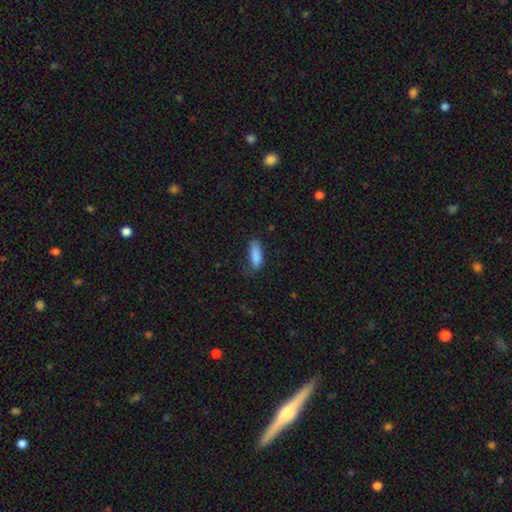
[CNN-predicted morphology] Smooth or featured?
  - smooth: 86% *
  - star or artifact: 7%
  - featured or disk: 7%
How rounded?
  - in between: 72% *
  - cigar-shaped: 26%
  - round: 2%
Merging?
  - none: 59% *
  - minor disturbance: 30%
  - major disturbance: 9%
  - merger: 2%